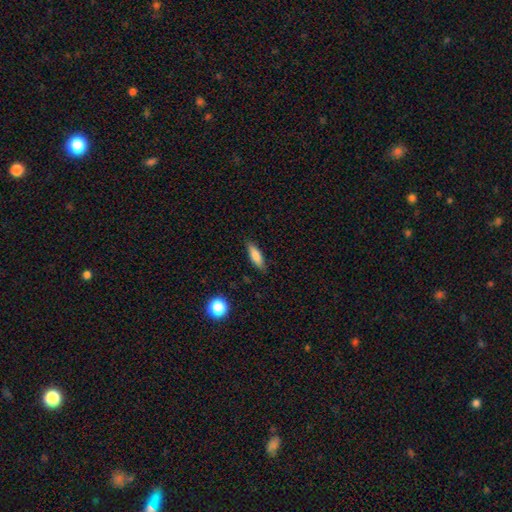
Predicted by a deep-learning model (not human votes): smooth 81%, featured or disk 11%, star or artifact 7%. Down the decision tree: how rounded — in between (50%); merging — none (84%).